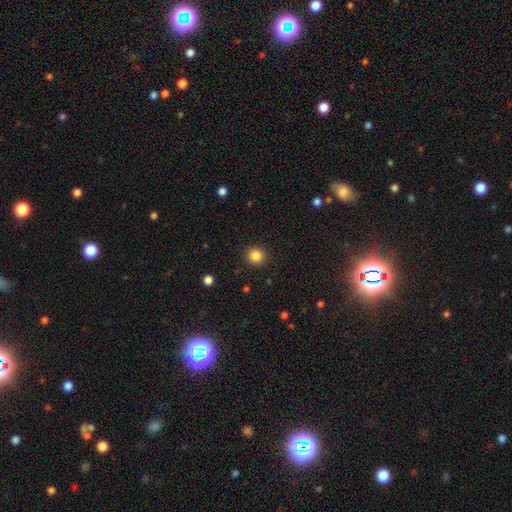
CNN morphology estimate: Smooth or featured: smooth — 85% (star or artifact — 11%)
How rounded: round — 92% (in between — 8%)
Merging: none — 91% (minor disturbance — 6%)